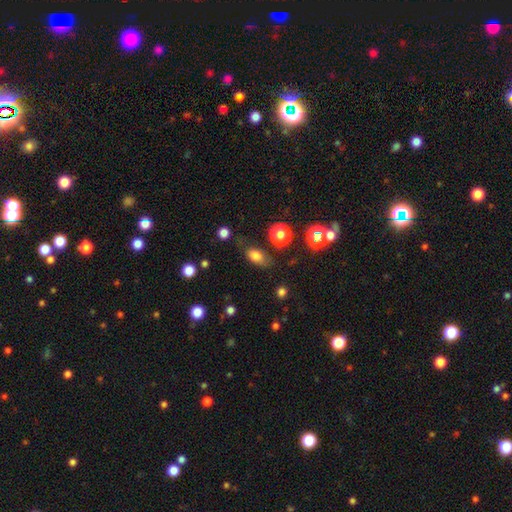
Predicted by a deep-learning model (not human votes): This appears to be a smooth galaxy with no disk features (78%) that is in between round and cigar-shaped (82%). Merging: none (71%).